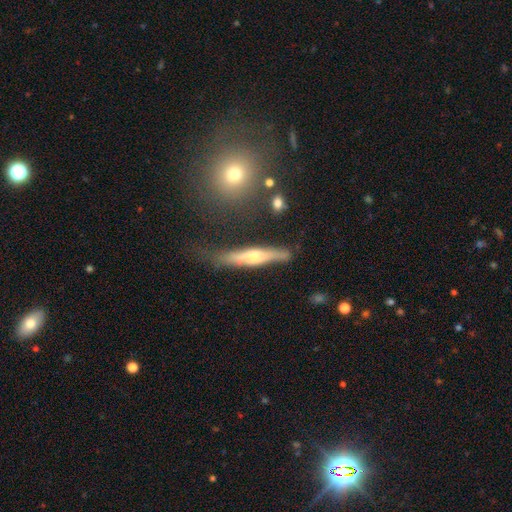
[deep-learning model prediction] The model was most divided on "smooth or featured": featured or disk: 60%, smooth: 34%, star or artifact: 6%. More confident: edge-on disk — yes (92%); edge-on bulge — rounded (79%); merging — none (69%).